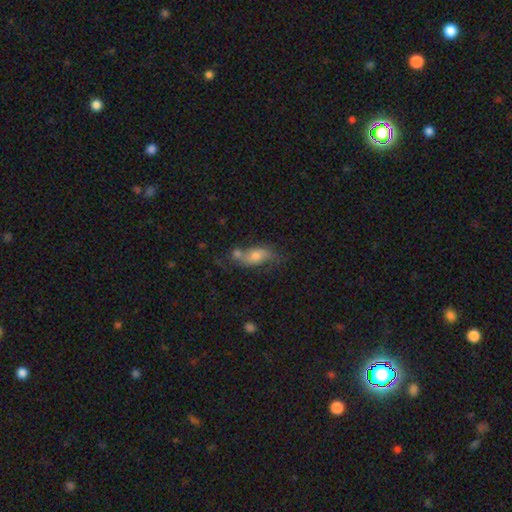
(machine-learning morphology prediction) Smooth or featured? smooth (54%)
How rounded? in between (75%)
Merging? none (41%)